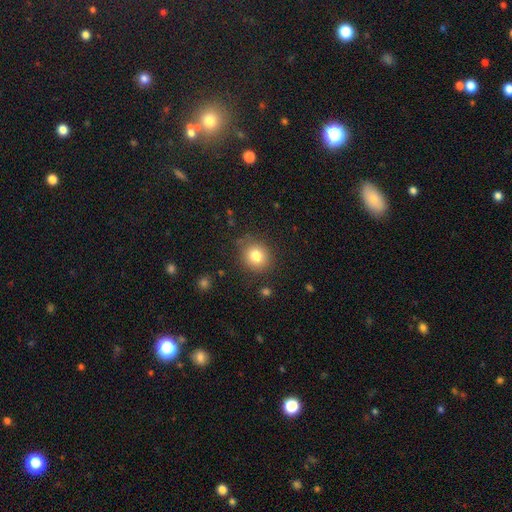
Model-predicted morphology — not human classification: Smooth or featured?
  - smooth: 80% *
  - star or artifact: 11%
  - featured or disk: 9%
How rounded?
  - round: 80% *
  - in between: 20%
  - cigar-shaped: 1%
Merging?
  - none: 82% *
  - minor disturbance: 12%
  - major disturbance: 4%
  - merger: 2%